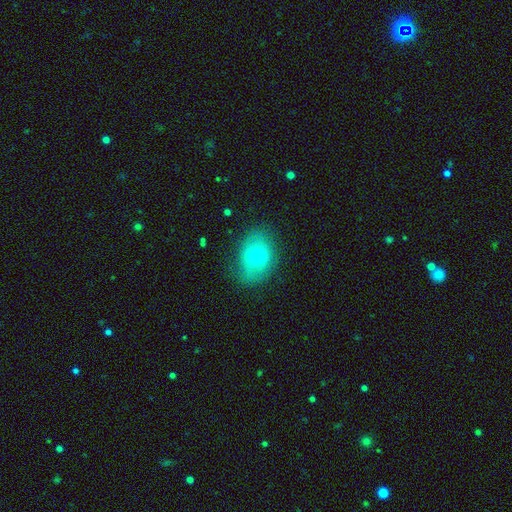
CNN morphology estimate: Smooth or featured? smooth (58%)
How rounded? in between (70%)
Merging? none (73%)